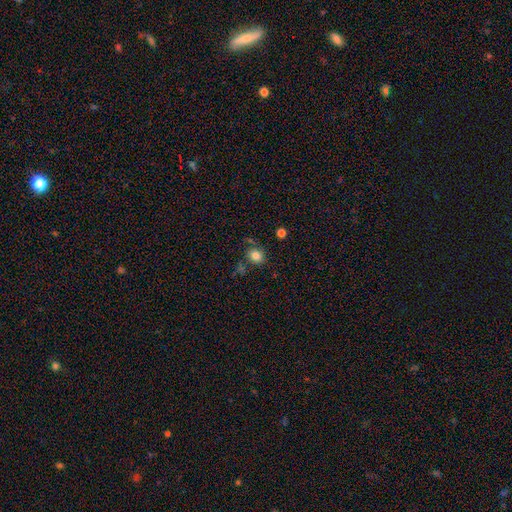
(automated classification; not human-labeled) smooth_or_featured: smooth (p=0.82) [alt: star or artifact p=0.11]
how_rounded: round (p=0.68) [alt: in between p=0.31]
merging: none (p=0.71) [alt: minor disturbance p=0.15]